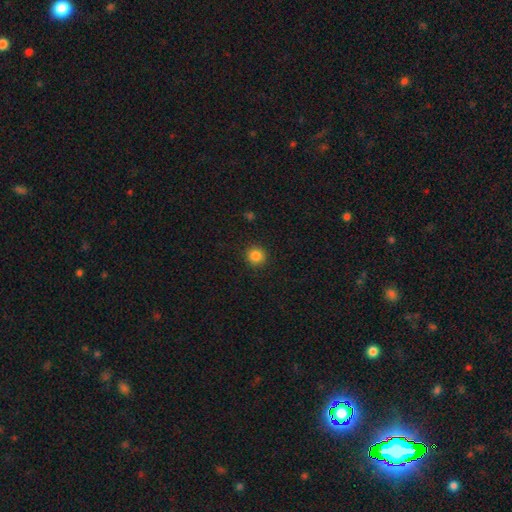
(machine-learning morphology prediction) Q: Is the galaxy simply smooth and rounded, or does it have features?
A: smooth — 85%.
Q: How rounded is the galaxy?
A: round — 92%.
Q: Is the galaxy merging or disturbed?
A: none — 91%.